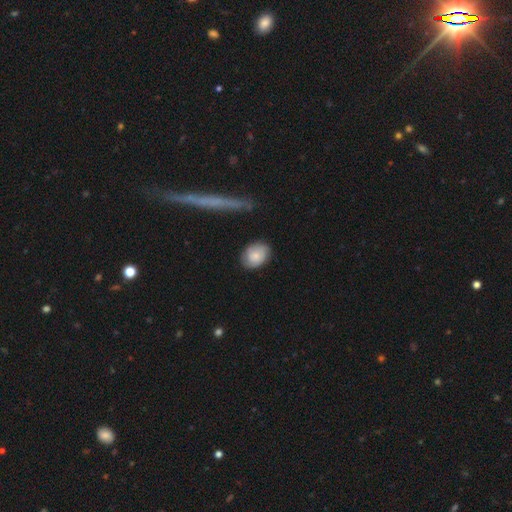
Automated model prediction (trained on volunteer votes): Smooth or featured: smooth — 66% (featured or disk — 27%)
How rounded: in between — 61% (round — 37%)
Merging: none — 77% (minor disturbance — 17%)